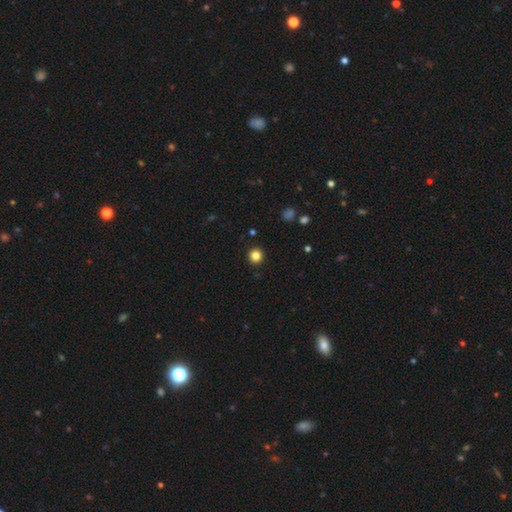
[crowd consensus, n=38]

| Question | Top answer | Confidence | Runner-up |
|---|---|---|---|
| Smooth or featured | smooth | 82% | star or artifact (11%) |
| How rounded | round | 90% | in between (6%) |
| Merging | none | 91% | minor disturbance (9%) |